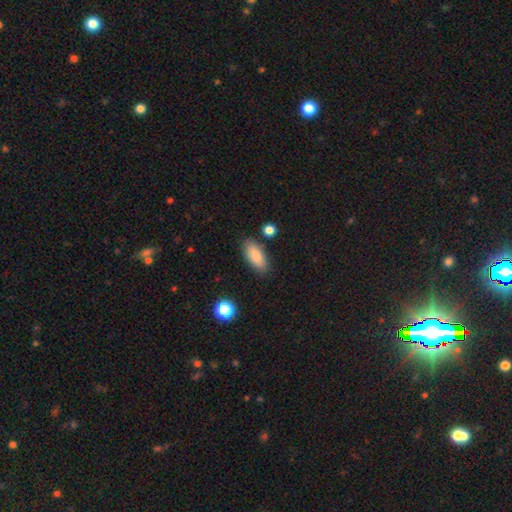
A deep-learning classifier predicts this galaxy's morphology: Smooth or featured? Predicted: smooth (p=0.83). How rounded? Predicted: in between (p=0.85). Merging? Predicted: none (p=0.81).